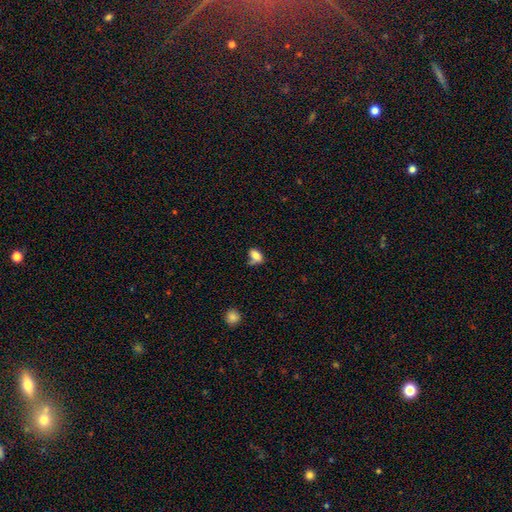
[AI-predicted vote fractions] smooth 79%, featured or disk 11%, star or artifact 10%. Down the decision tree: how rounded — in between (85%); merging — none (46%).